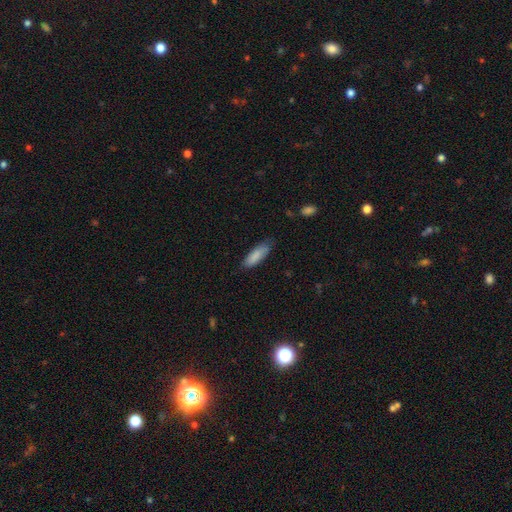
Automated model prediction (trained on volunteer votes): A smooth galaxy with no disk features (87%) that is in between round and cigar-shaped (55%). Merging: none (75%).